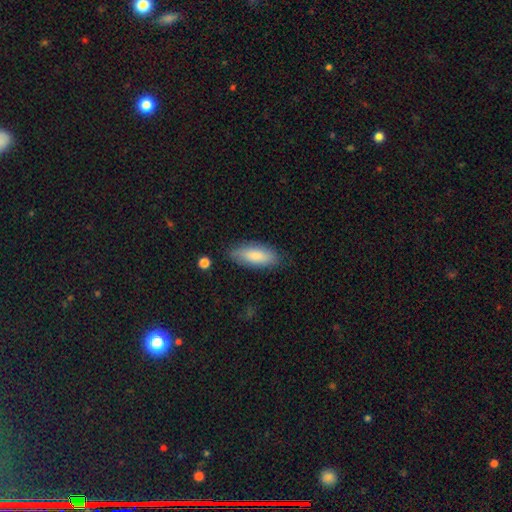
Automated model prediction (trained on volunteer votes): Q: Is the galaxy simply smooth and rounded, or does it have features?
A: smooth — 83%.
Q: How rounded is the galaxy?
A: in between — 74%.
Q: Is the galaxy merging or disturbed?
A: none — 80%.